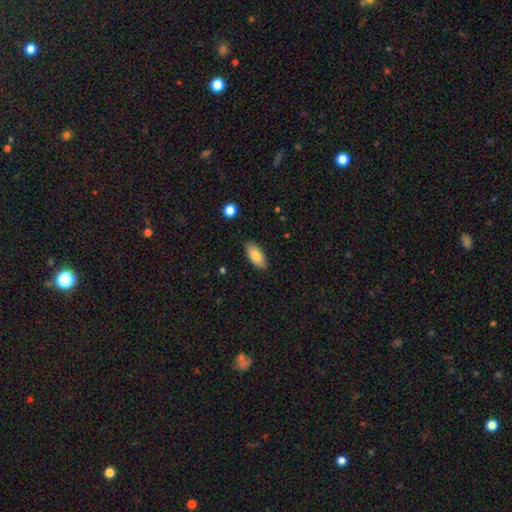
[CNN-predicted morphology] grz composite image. It shows a smooth galaxy with no disk features (81%) that is in between round and cigar-shaped (89%). Merging: none (88%).